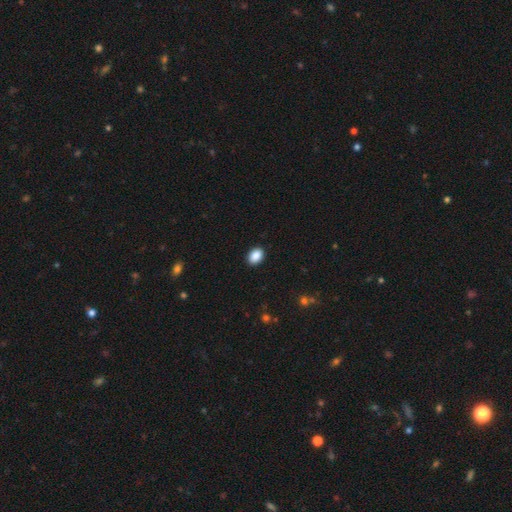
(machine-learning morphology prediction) smooth_or_featured: smooth (p=0.89) [alt: star or artifact p=0.08]
how_rounded: in between (p=0.77) [alt: round p=0.22]
merging: none (p=0.90) [alt: minor disturbance p=0.07]